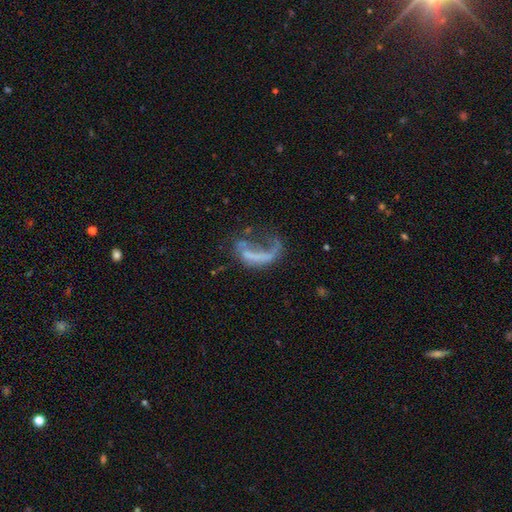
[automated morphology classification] This appears to be a featured or disk galaxy (61%) with no bar (67%), no spiral arms (63%) and no central bulge (75%). Merging: major disturbance (53%).